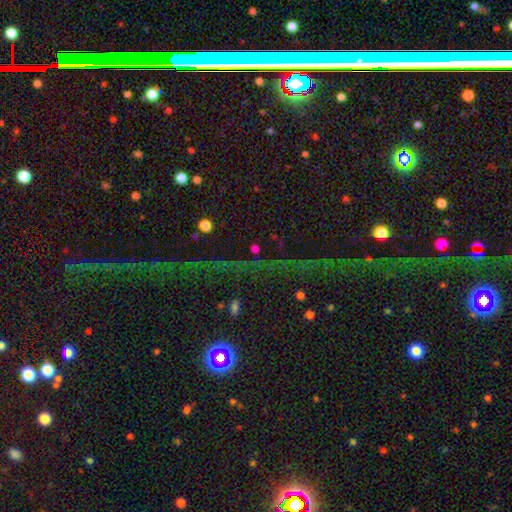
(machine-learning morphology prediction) Q: Smooth or featured?
A: star or artifact (70%); runner-up: featured or disk (15%)